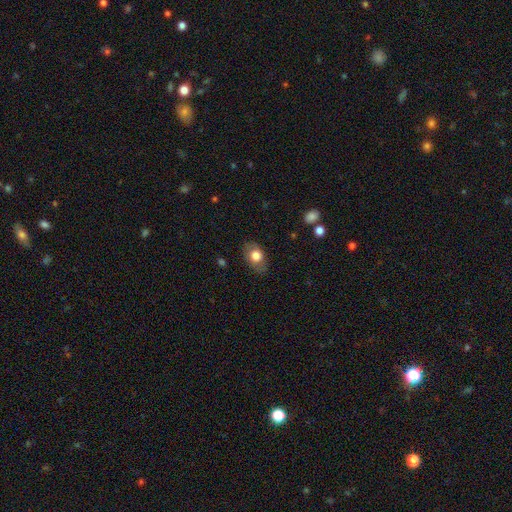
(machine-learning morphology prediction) Overall: smooth (75%). How rounded: in between (78%). Merging: none (78%).